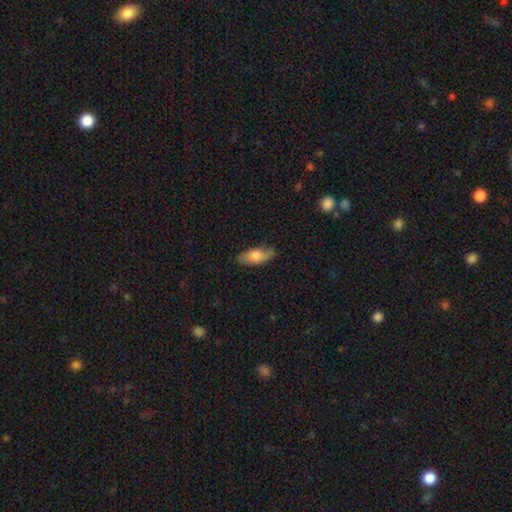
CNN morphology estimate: This appears to be a smooth galaxy with no disk features (70%) that is in between round and cigar-shaped (79%). Merging: none (80%).